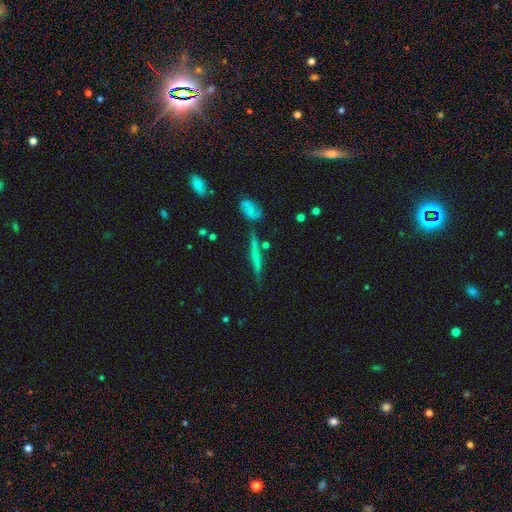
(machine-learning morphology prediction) Smooth or featured? Predicted: featured or disk (p=0.48). Merging? Predicted: none (p=0.73).